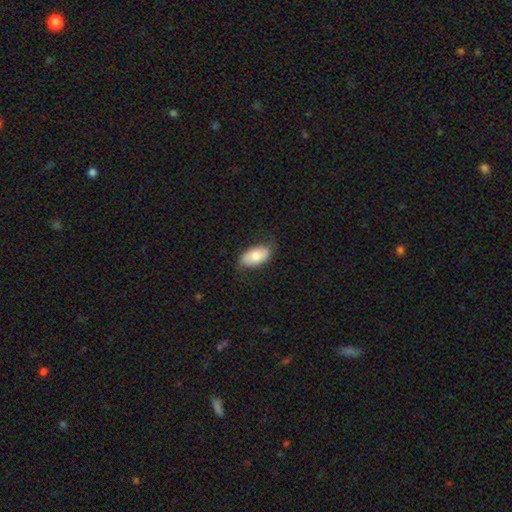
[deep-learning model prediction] Smooth or featured? smooth (68%)
How rounded? in between (94%)
Merging? none (75%)